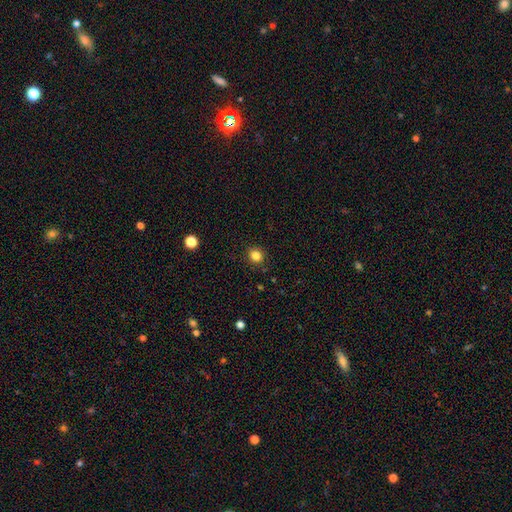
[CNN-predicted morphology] This is clearly a smooth galaxy (84%). How rounded: clearly round (83%). Merging: clearly none (90%).